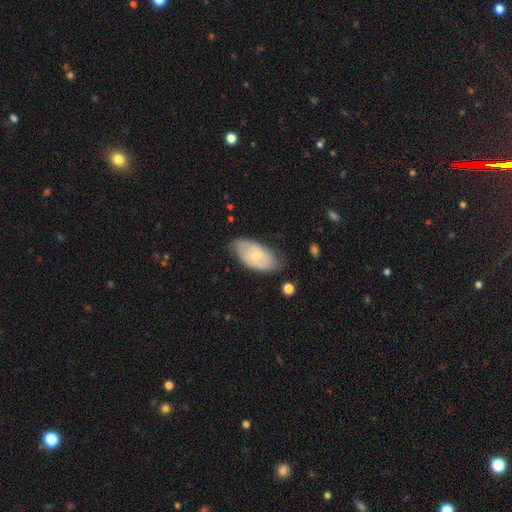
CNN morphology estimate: smooth 47% (tied), featured or disk 47% (tied), star or artifact 6%. Down the decision tree: merging — none (69%).